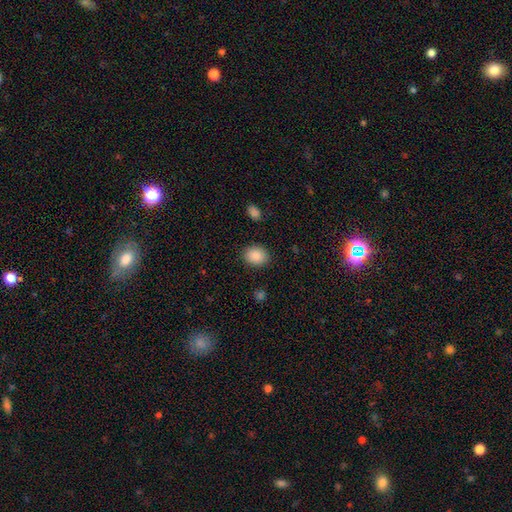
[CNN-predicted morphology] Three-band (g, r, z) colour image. It shows a smooth galaxy with no disk features (88%) that is in between round and cigar-shaped (50%). Merging: none (88%).